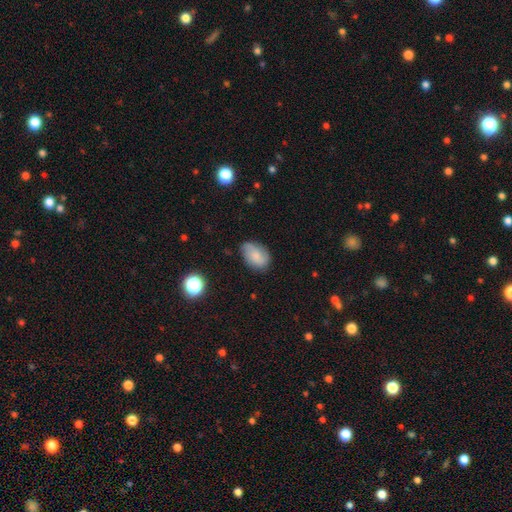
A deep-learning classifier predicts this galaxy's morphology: Overall: smooth (70%). How rounded: in between (85%). Merging: none (69%).